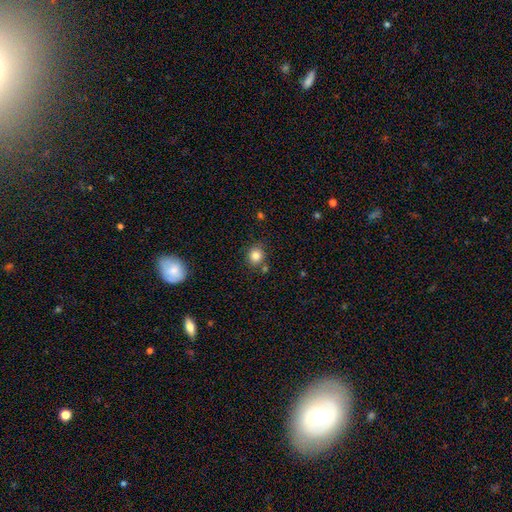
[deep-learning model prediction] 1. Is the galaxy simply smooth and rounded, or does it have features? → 83% smooth, 11% star or artifact, 6% featured or disk.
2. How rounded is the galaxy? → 84% round, 15% in between, 1% cigar-shaped.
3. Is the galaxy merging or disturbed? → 78% none, 11% minor disturbance, 8% merger, 3% major disturbance.